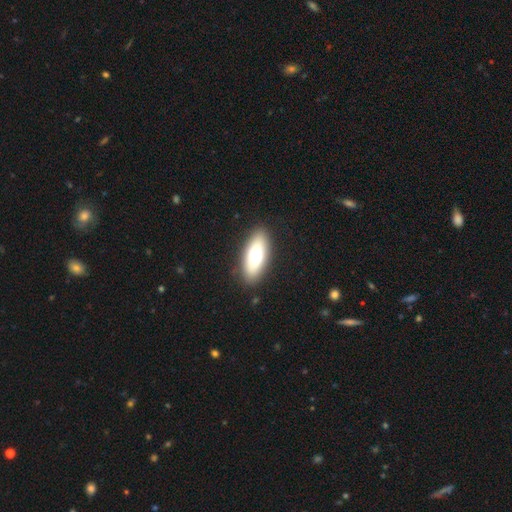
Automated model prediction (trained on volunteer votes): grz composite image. It shows a smooth galaxy with no disk features (66%) that is in between round and cigar-shaped (80%). Merging: none (86%).